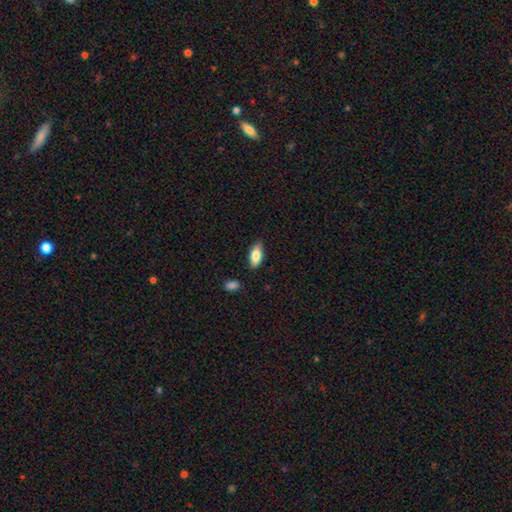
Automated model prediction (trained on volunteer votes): Smooth or featured? Predicted: smooth (p=0.81). How rounded? Predicted: in between (p=0.87). Merging? Predicted: none (p=0.83).